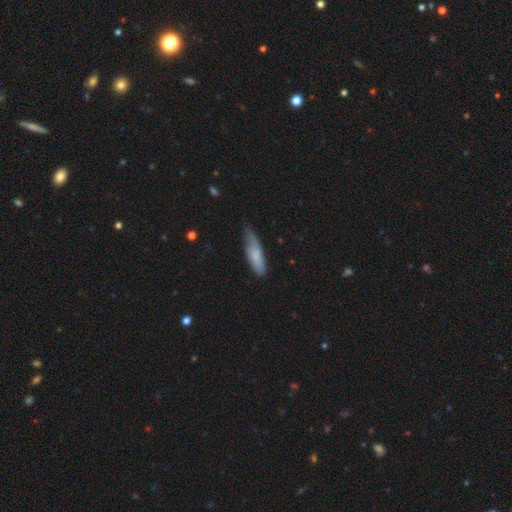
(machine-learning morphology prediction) A smooth galaxy with no disk features (78%) that is cigar-shaped (56%). Merging: none (50%).